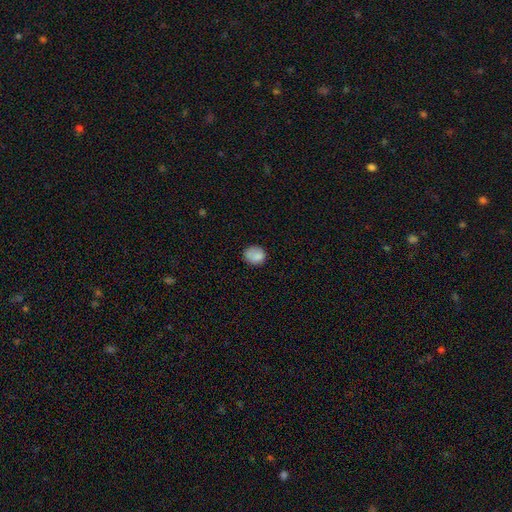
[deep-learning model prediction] Smooth or featured? smooth (83%)
How rounded? round (69%)
Merging? none (71%)